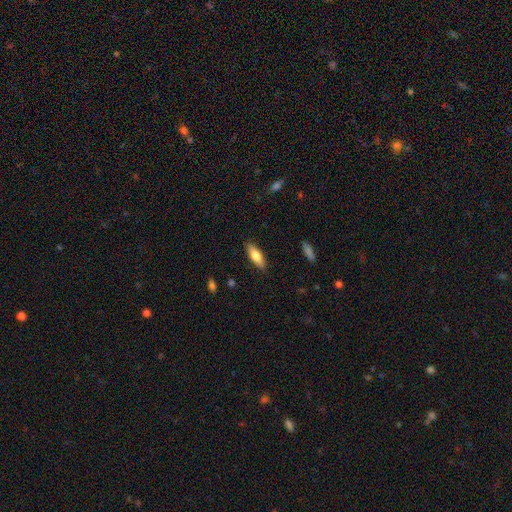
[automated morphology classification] Q: Smooth or featured?
A: smooth (75%); runner-up: featured or disk (19%)
Q: How rounded?
A: in between (60%); runner-up: cigar-shaped (38%)
Q: Merging?
A: none (87%); runner-up: minor disturbance (9%)